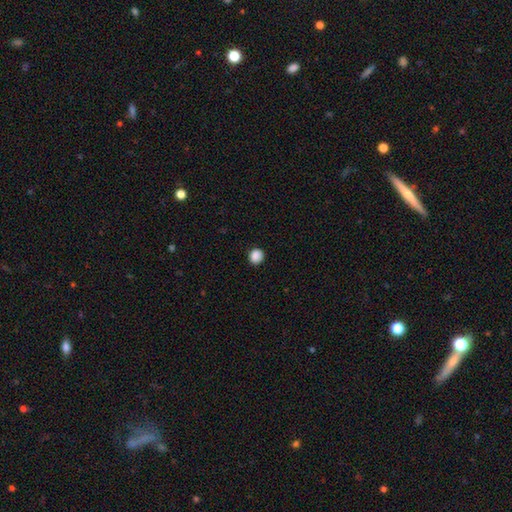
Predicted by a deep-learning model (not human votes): Smooth or featured? smooth (88%)
How rounded? round (84%)
Merging? none (90%)